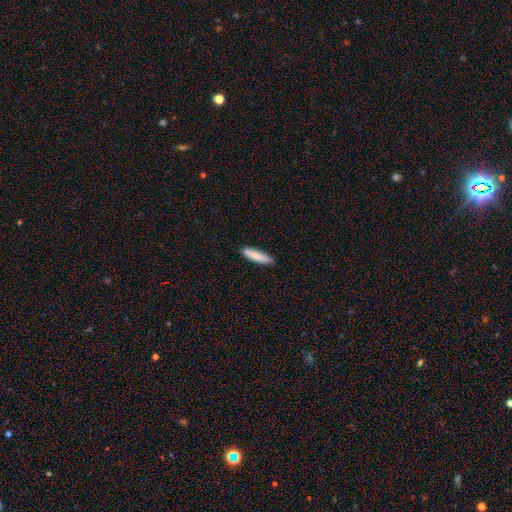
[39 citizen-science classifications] smooth-or-featured: smooth: 82% | star or artifact: 13% | featured or disk: 5%
  how-rounded: cigar-shaped: 75% | in between: 25% | round: 0%
  merging: none: 85% | minor disturbance: 12% | merger: 3% | major disturbance: 0%